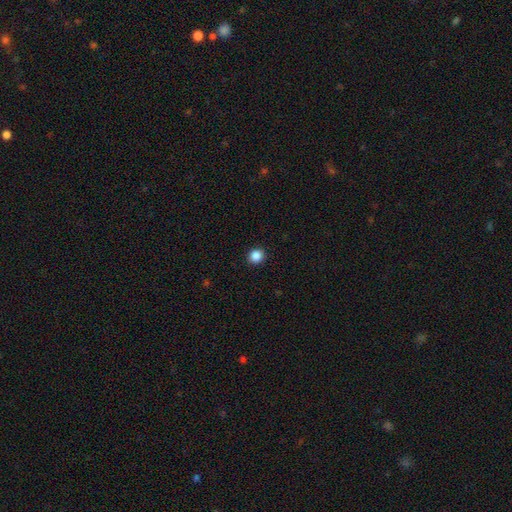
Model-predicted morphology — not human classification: Smooth or featured?
  - smooth: 86% *
  - star or artifact: 11%
  - featured or disk: 3%
How rounded?
  - round: 86% *
  - in between: 13%
  - cigar-shaped: 1%
Merging?
  - none: 92% *
  - minor disturbance: 5%
  - major disturbance: 2%
  - merger: 1%